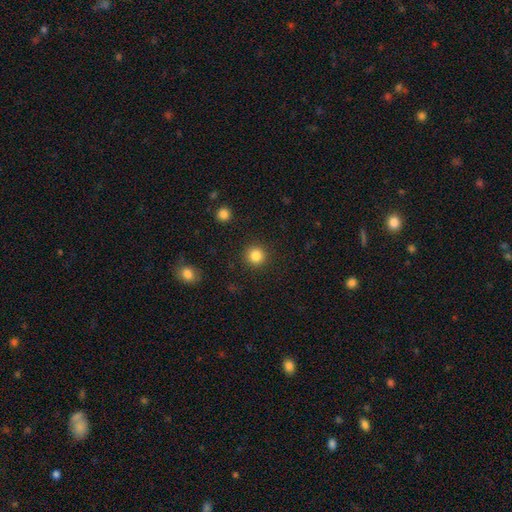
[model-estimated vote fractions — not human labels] A smooth galaxy with no disk features (85%) that is round (95%). Merging: none (91%).